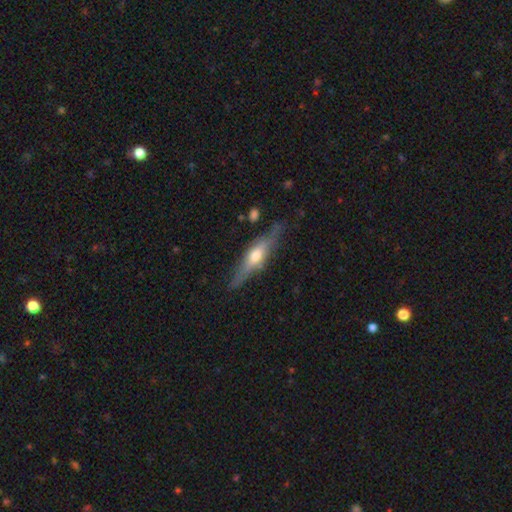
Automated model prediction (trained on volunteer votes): This appears to be a featured or disk galaxy (63%) viewed edge-on (92%) with a rounded central bulge (85%). Merging: none (79%).